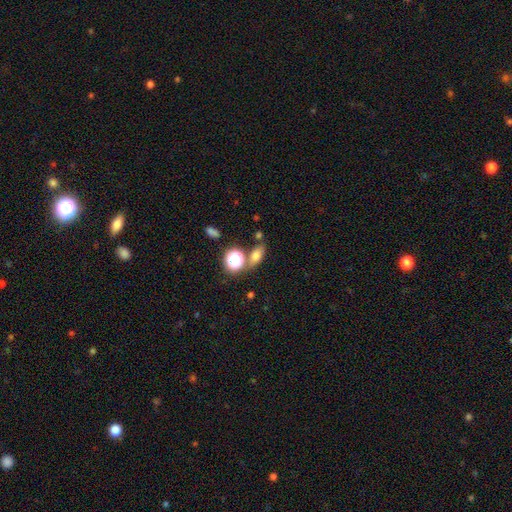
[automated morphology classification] This is likely a smooth galaxy (67%). How rounded: likely in between (71%). Merging: likely none (69%).